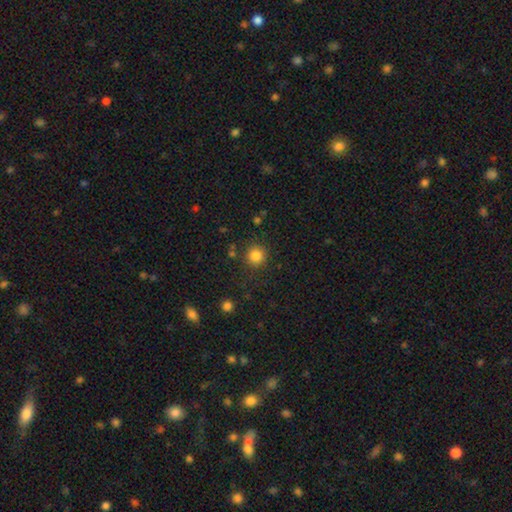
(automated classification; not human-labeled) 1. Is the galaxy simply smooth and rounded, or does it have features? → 84% smooth, 12% star or artifact, 4% featured or disk.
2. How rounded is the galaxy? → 93% round, 6% in between, 1% cigar-shaped.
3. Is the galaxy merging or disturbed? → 86% none, 8% minor disturbance, 3% major disturbance, 3% merger.